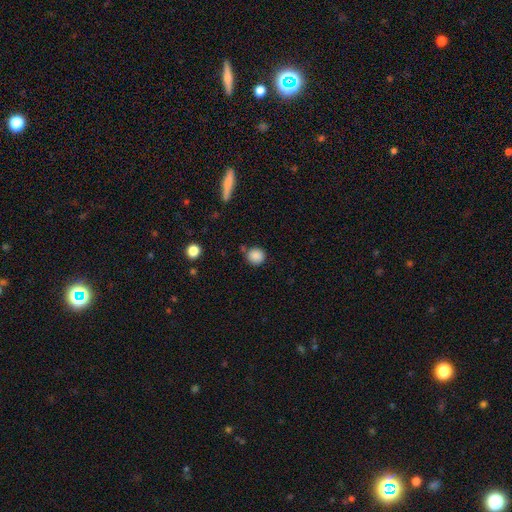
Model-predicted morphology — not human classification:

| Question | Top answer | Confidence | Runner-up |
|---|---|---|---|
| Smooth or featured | smooth | 86% | star or artifact (10%) |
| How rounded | round | 90% | in between (9%) |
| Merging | none | 77% | minor disturbance (13%) |